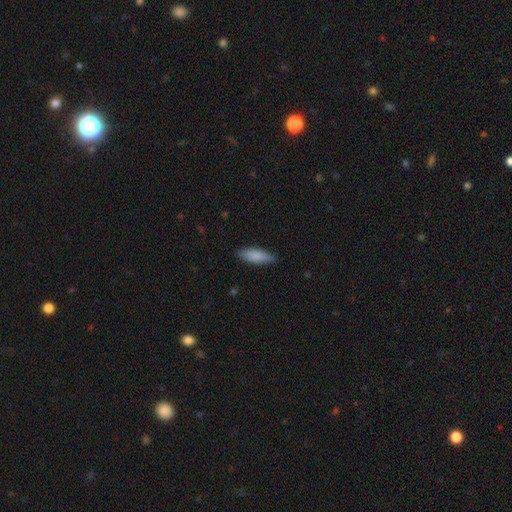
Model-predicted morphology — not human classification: Overall: smooth (86%). How rounded: in between (58%; cigar-shaped 40%). Merging: none (85%).